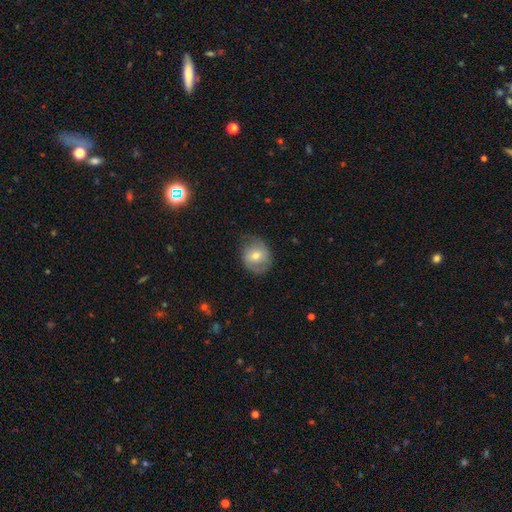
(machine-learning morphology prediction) Smooth or featured? Predicted: smooth (p=0.50). Merging? Predicted: none (p=0.67).